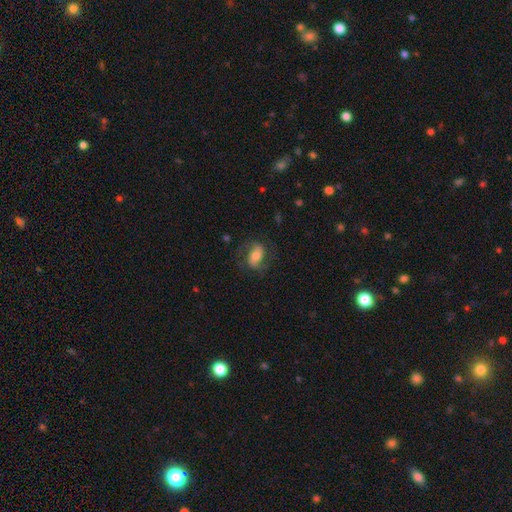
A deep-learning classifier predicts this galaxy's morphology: Q: Smooth or featured?
A: featured or disk (50%); runner-up: smooth (42%)
Q: Edge-on disk?
A: no (95%); runner-up: yes (5%)
Q: Merging?
A: none (68%); runner-up: minor disturbance (19%)